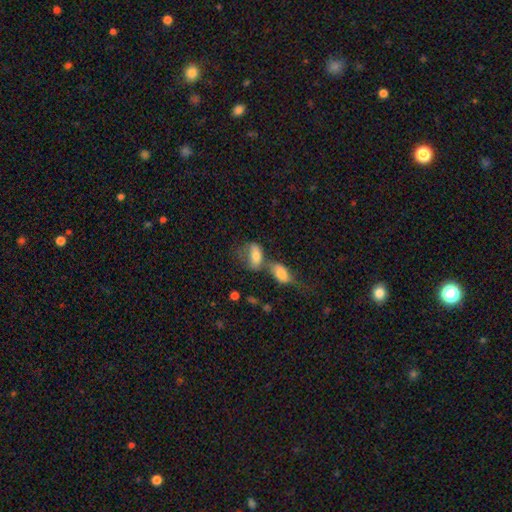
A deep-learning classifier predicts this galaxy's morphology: type=smooth (71%); roundness=in between (86%); merging=merger (54%).